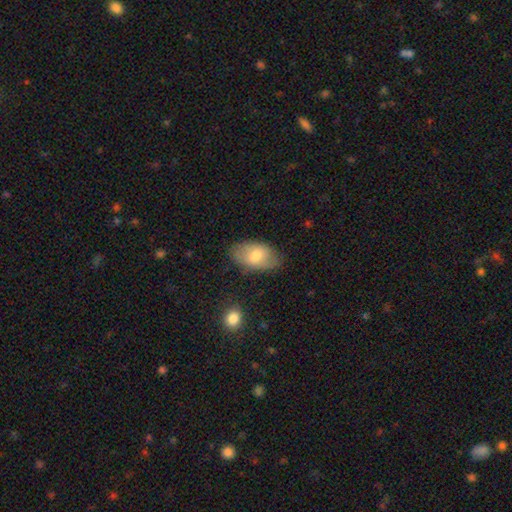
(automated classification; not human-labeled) Q: Smooth or featured?
A: smooth (72%); runner-up: featured or disk (21%)
Q: How rounded?
A: in between (93%); runner-up: round (5%)
Q: Merging?
A: none (77%); runner-up: minor disturbance (18%)